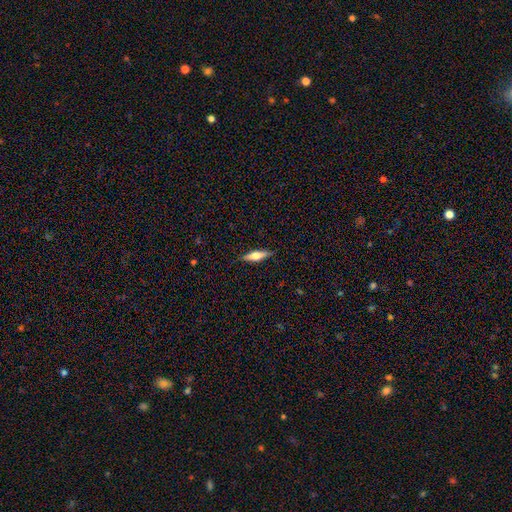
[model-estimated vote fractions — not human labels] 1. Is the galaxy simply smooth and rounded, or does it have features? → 48% smooth, 46% featured or disk, 6% star or artifact.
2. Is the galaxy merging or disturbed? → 88% none, 9% minor disturbance, 2% major disturbance, 1% merger.